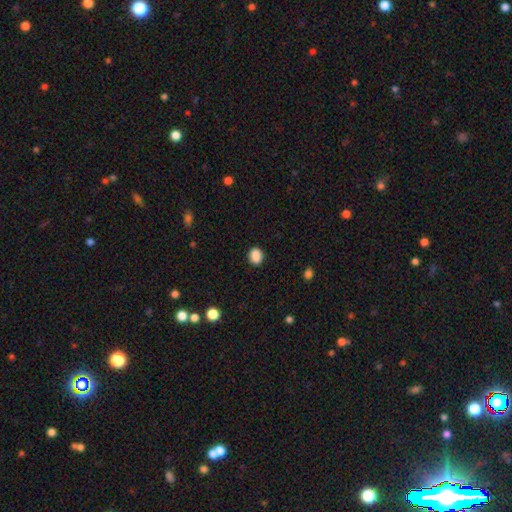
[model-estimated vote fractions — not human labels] Morphology: type=smooth (88%); roundness=round (52%); merging=none (88%).